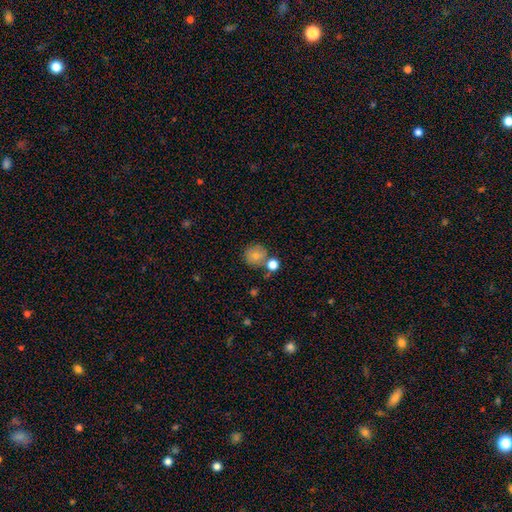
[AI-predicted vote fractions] smooth-or-featured: smooth: 79% | featured or disk: 11% | star or artifact: 10%
  how-rounded: round: 89% | in between: 11% | cigar-shaped: 1%
  merging: none: 64% | merger: 20% | minor disturbance: 12% | major disturbance: 4%